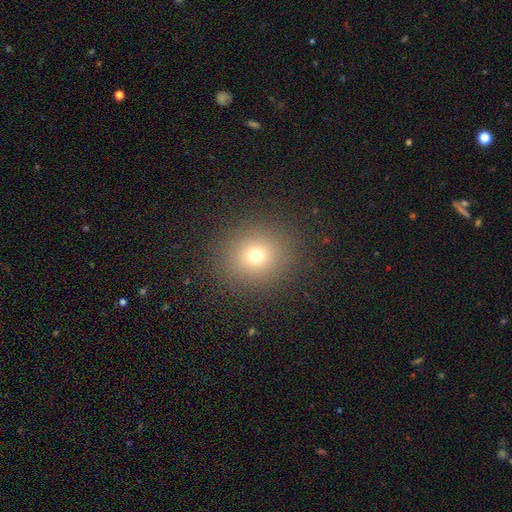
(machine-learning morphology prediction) Q: Smooth or featured?
A: smooth (70%); runner-up: star or artifact (19%)
Q: How rounded?
A: round (88%); runner-up: in between (11%)
Q: Merging?
A: none (89%); runner-up: minor disturbance (6%)